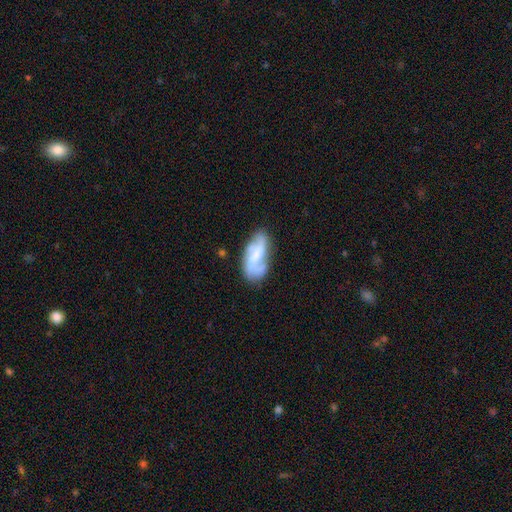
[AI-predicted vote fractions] A featured or disk galaxy (57%) with a weak bar (40%), spiral arms (81%) and a small central bulge (38%).

Vote fractions:
- Smooth or featured? featured or disk: 57% / smooth: 36% / star or artifact: 7%
- Edge-on disk? no: 94% / yes: 6%
- Bar? weak: 40% / no: 39% / strong: 21%
- Spiral arms? yes: 81% / no: 19%
- Bulge size? small: 38% / none: 34% / moderate: 22% / large: 4% / dominant: 2%
- Merging? none: 56% / minor disturbance: 26% / major disturbance: 13% / merger: 5%